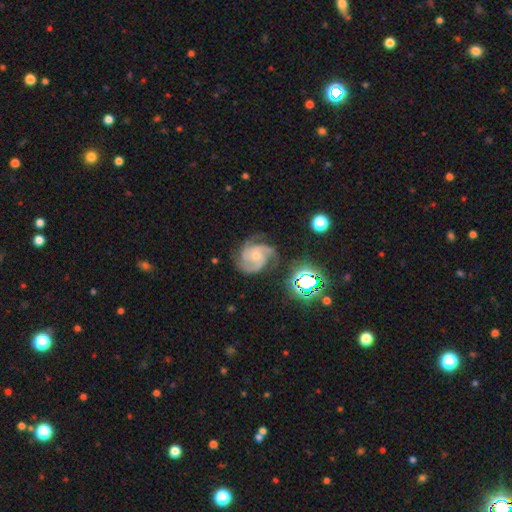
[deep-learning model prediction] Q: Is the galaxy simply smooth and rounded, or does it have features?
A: featured or disk — 85%.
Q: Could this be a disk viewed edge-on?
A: no — 98%.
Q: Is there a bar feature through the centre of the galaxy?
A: no — 71%.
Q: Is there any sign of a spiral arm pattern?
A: yes — 97%.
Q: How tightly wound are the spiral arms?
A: medium — 49%.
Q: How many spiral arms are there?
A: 3 — 59%.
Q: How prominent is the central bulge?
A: small — 55%.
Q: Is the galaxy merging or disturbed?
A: none — 62%.